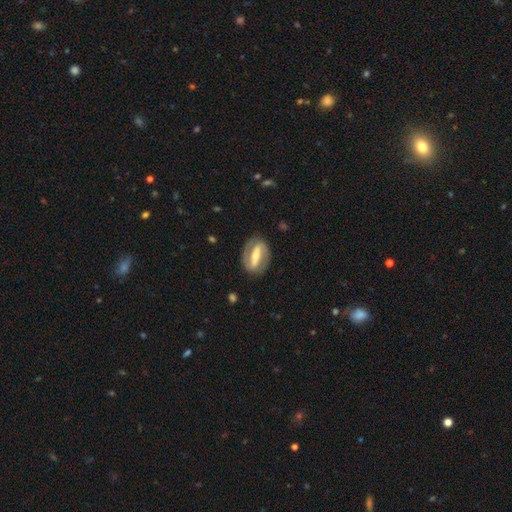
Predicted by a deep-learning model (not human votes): A featured or disk galaxy (78%) with a strong bar (75%), 2 (86%) tight (41%) spiral arms (76%) and a moderate central bulge (53%).

Vote fractions:
- Smooth or featured? featured or disk: 78% / smooth: 17% / star or artifact: 5%
- Edge-on disk? no: 91% / yes: 9%
- Bar? strong: 75% / weak: 17% / no: 8%
- Spiral arms? yes: 76% / no: 24%
- Spiral winding? tight: 41% / medium: 39% / loose: 20%
- Spiral arm count? 2: 86% / can't tell: 7% / 1: 4% / 3: 1% / 4: 1% / more than 4: 1%
- Bulge size? moderate: 53% / small: 37% / large: 6% / none: 2% / dominant: 1%
- Merging? none: 83% / minor disturbance: 11% / major disturbance: 5% / merger: 1%